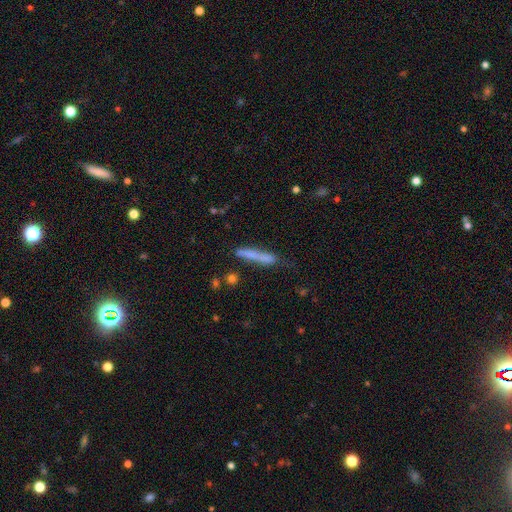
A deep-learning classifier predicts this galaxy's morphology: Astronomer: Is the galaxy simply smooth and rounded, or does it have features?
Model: smooth — 68%.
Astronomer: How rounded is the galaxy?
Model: cigar-shaped — 94%.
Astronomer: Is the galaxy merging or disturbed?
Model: none — 68%.